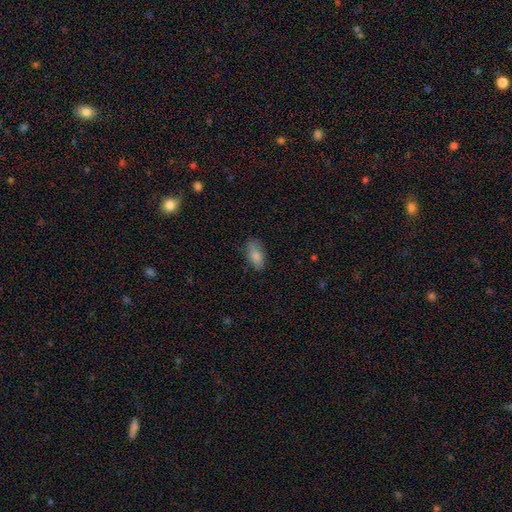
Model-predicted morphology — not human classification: This appears to be a smooth galaxy with no disk features (82%) that is in between round and cigar-shaped (87%). Merging: none (77%).